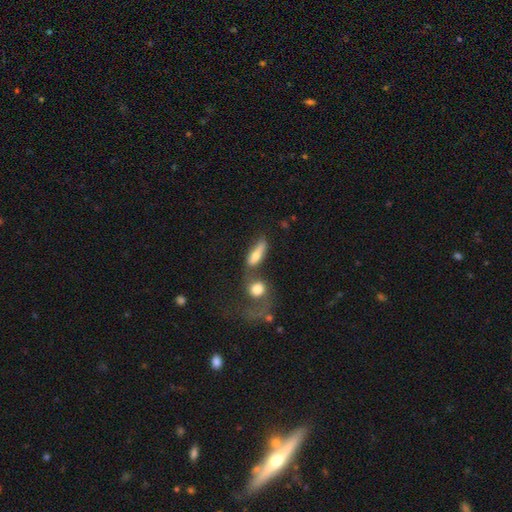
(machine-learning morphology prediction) type=smooth (67%); roundness=in between (55%); merging=none (38%).